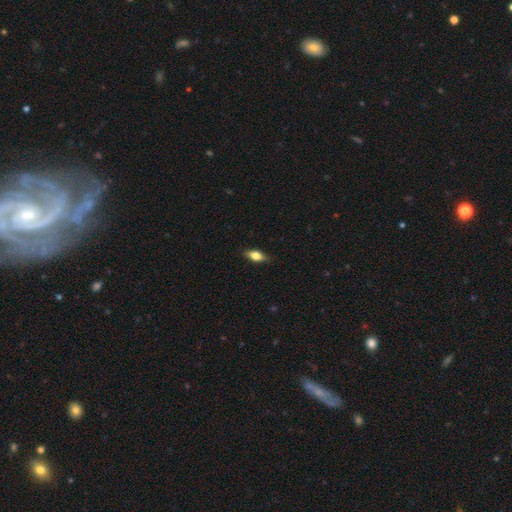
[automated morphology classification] type=smooth (70%); roundness=in between (79%); merging=none (84%).